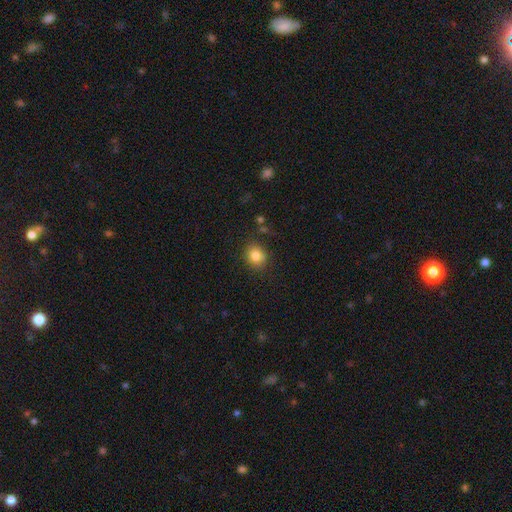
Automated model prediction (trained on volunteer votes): This appears to be a smooth galaxy with no disk features (83%) that is round (69%). Merging: none (81%).